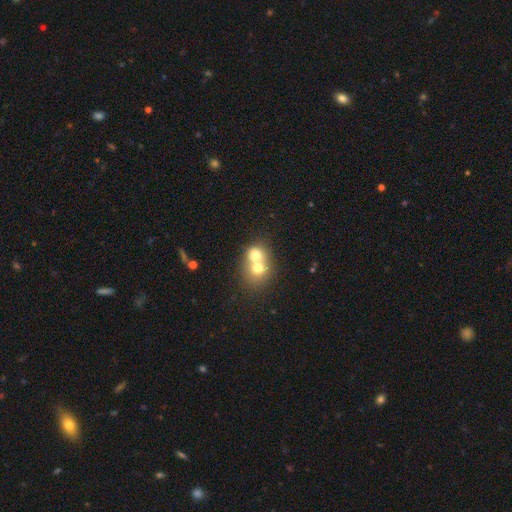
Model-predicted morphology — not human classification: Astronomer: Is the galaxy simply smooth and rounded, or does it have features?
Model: smooth — 67%.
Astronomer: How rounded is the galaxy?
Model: round — 69%.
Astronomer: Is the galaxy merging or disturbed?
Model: merger — 73%.